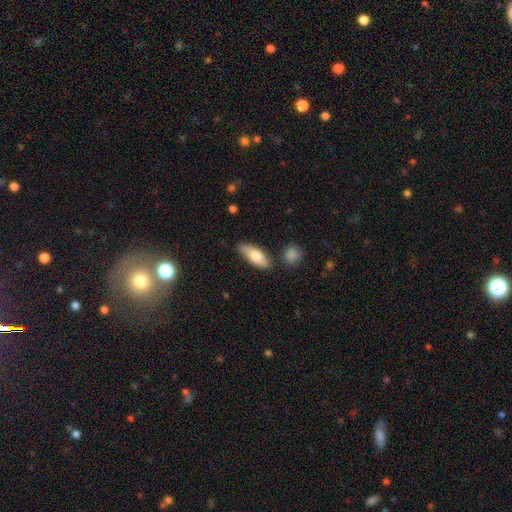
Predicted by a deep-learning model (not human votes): This appears to be a smooth galaxy with no disk features (78%) that is in between round and cigar-shaped (72%). Merging: none (74%).